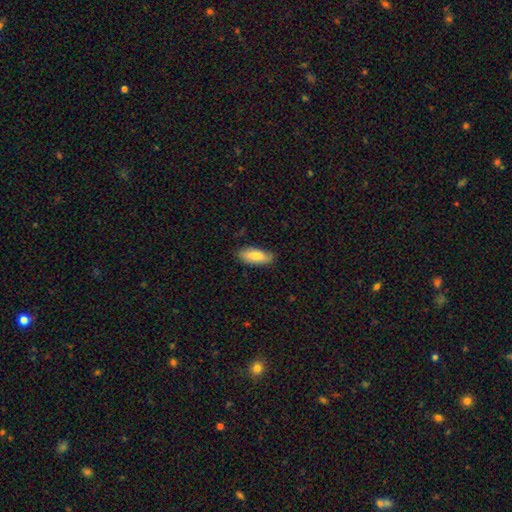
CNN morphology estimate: A smooth galaxy with no disk features (77%) that is in between round and cigar-shaped (82%). Merging: none (80%).